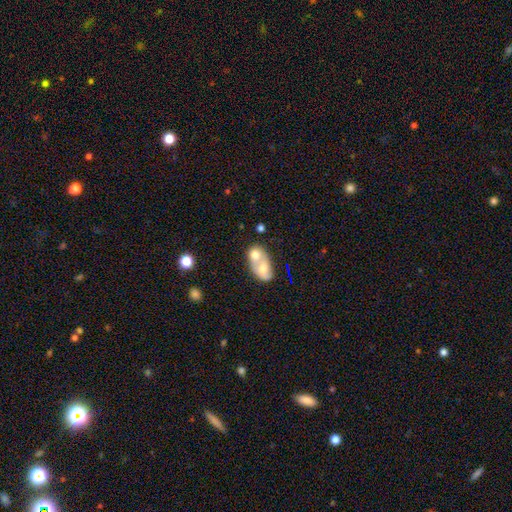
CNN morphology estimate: smooth_or_featured: smooth (p=0.65) [alt: featured or disk p=0.28]
how_rounded: in between (p=0.65) [alt: round p=0.33]
merging: merger (p=0.74) [alt: none p=0.15]